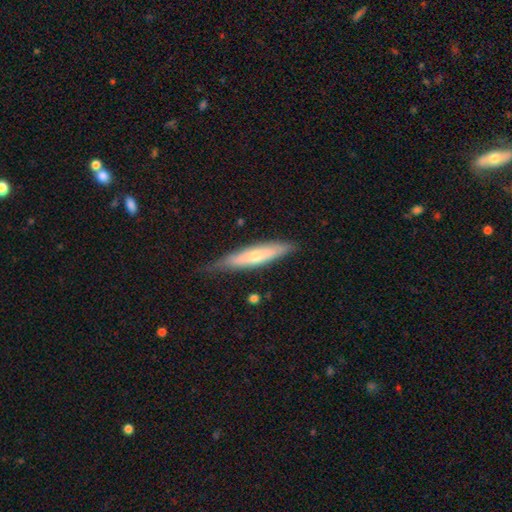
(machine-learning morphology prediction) smooth_or_featured: smooth (p=0.53) [alt: featured or disk p=0.41]
how_rounded: cigar-shaped (p=0.83) [alt: in between p=0.16]
merging: none (p=0.72) [alt: minor disturbance p=0.22]